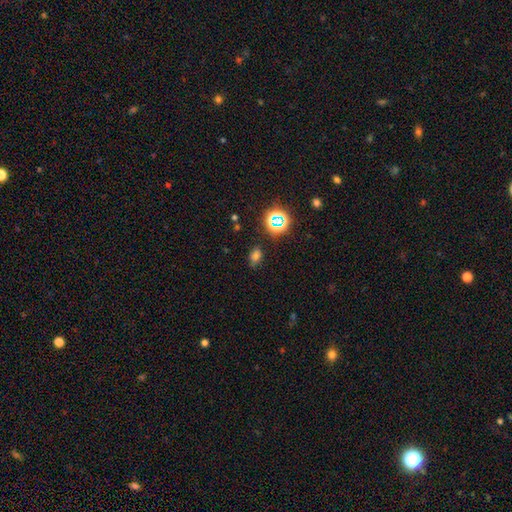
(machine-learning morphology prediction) Smooth or featured? smooth (67%)
How rounded? in between (76%)
Merging? none (76%)